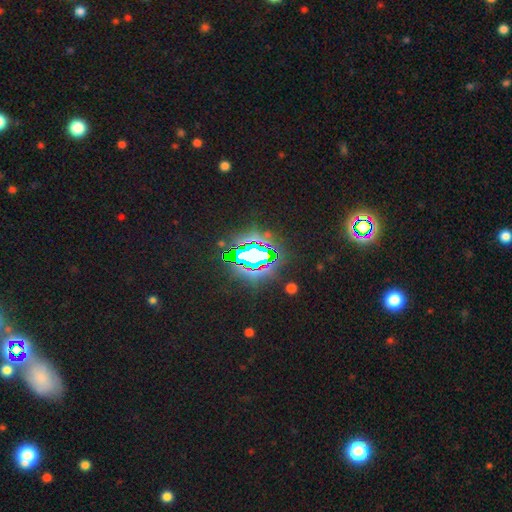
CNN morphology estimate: Smooth or featured? Predicted: star or artifact (p=0.81).